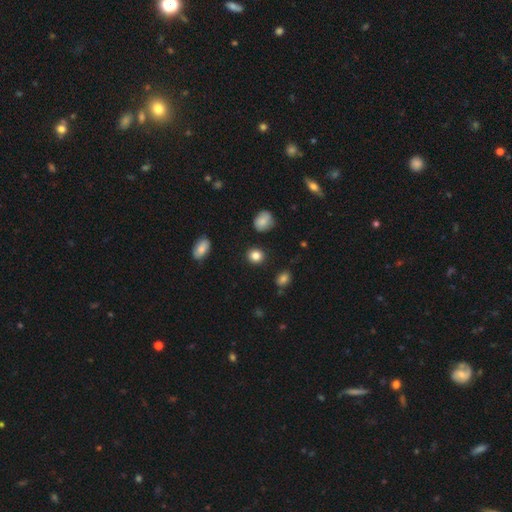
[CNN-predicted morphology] Smooth or featured?
  - smooth: 85% *
  - star or artifact: 11%
  - featured or disk: 5%
How rounded?
  - round: 80% *
  - in between: 19%
  - cigar-shaped: 1%
Merging?
  - none: 88% *
  - minor disturbance: 7%
  - major disturbance: 2%
  - merger: 2%